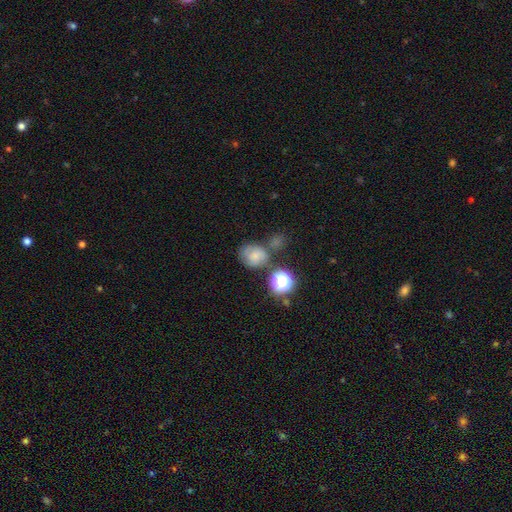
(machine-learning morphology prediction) This is likely a smooth galaxy (64%). How rounded: likely round (64%). Merging: possibly none (49%).